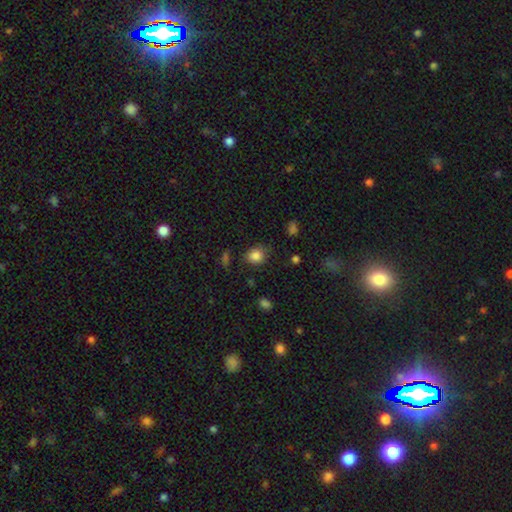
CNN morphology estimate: smooth-or-featured: smooth: 85% | star or artifact: 11% | featured or disk: 5%
  how-rounded: round: 65% | in between: 34% | cigar-shaped: 1%
  merging: none: 75% | minor disturbance: 18% | major disturbance: 5% | merger: 2%